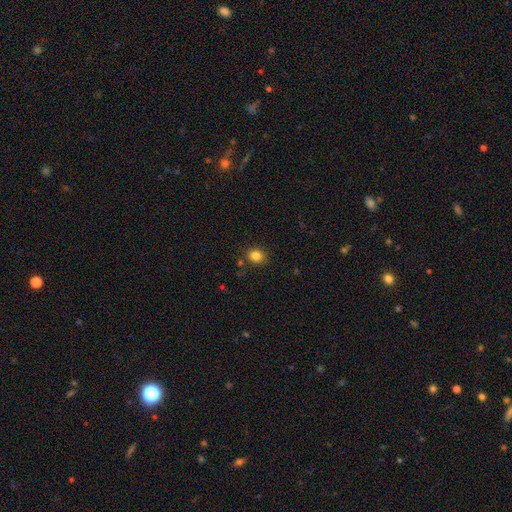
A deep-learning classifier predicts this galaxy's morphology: A smooth galaxy with no disk features (83%) that is round (66%). Merging: none (85%).